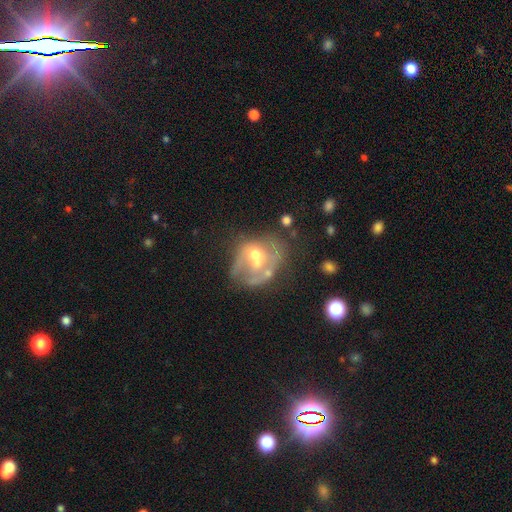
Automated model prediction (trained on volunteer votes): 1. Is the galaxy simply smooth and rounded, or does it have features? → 60% featured or disk, 30% smooth, 10% star or artifact.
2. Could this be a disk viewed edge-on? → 97% no, 3% yes.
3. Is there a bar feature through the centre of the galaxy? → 80% no, 16% weak, 4% strong.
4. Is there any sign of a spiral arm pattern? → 73% no, 27% yes.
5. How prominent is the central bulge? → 59% moderate, 26% small, 7% none, 6% large, 2% dominant.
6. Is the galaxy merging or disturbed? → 37% merger, 24% major disturbance, 23% none, 16% minor disturbance.